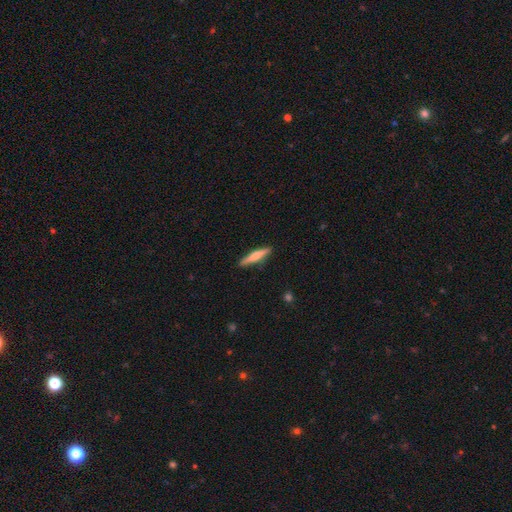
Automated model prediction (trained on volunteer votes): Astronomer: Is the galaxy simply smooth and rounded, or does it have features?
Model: smooth — 52% (runner-up: featured or disk, 43%).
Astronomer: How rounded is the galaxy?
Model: cigar-shaped — 89%.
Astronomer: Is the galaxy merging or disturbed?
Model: none — 90%.